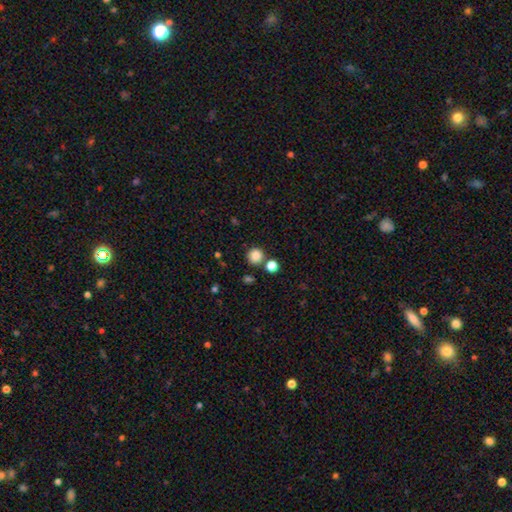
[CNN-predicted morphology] Q: Smooth or featured?
A: smooth (84%); runner-up: star or artifact (12%)
Q: How rounded?
A: round (93%); runner-up: in between (6%)
Q: Merging?
A: none (81%); runner-up: merger (10%)